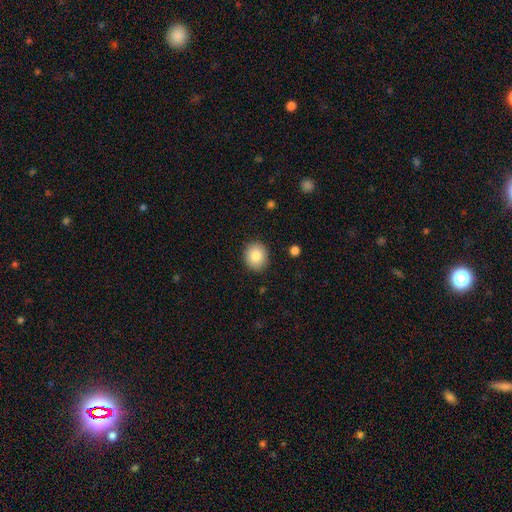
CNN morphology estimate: Smooth or featured? smooth (85%)
How rounded? round (75%)
Merging? none (89%)